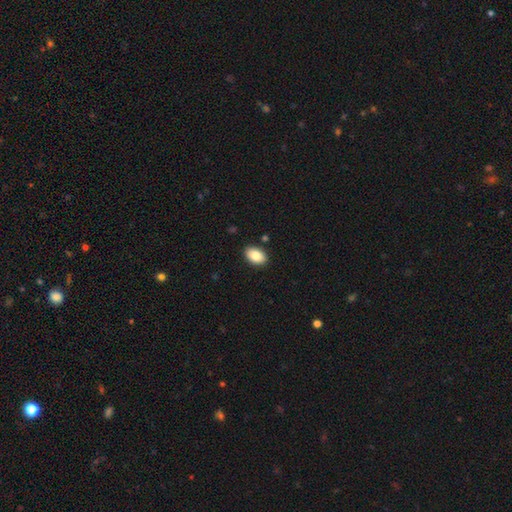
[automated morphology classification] This is clearly a smooth galaxy (84%). How rounded: clearly in between (90%). Merging: clearly none (88%).